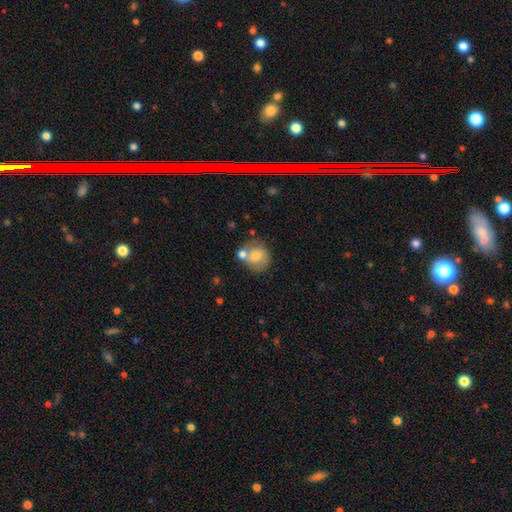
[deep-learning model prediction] This appears to be a smooth galaxy with no disk features (66%) that is round (79%). Merging: none (45%).